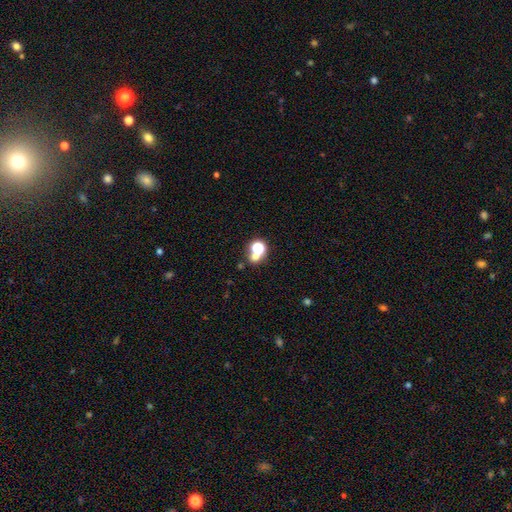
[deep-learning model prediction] The model was most divided on "merging": none: 51%, merger: 36%, minor disturbance: 7%, major disturbance: 5%. More confident: how rounded — round (73%); smooth or featured — smooth (52%).